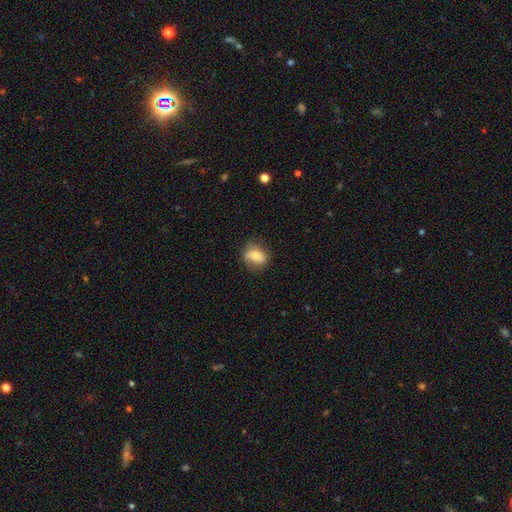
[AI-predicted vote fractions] Smooth or featured? smooth (72%)
How rounded? in between (57%)
Merging? none (72%)